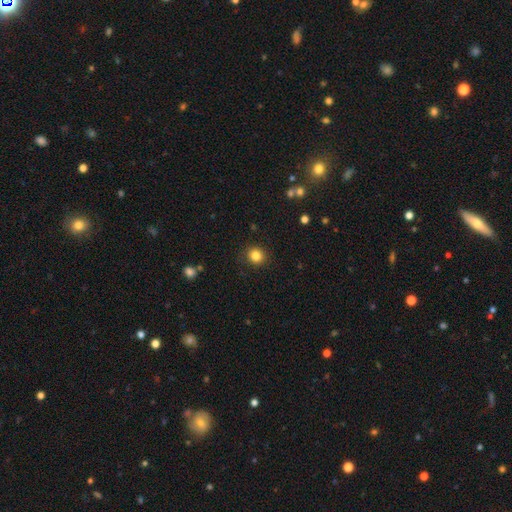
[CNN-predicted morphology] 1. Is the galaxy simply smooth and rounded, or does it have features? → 83% smooth, 11% star or artifact, 5% featured or disk.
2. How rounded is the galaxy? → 87% round, 13% in between, 1% cigar-shaped.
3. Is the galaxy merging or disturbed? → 89% none, 7% minor disturbance, 2% major disturbance, 1% merger.